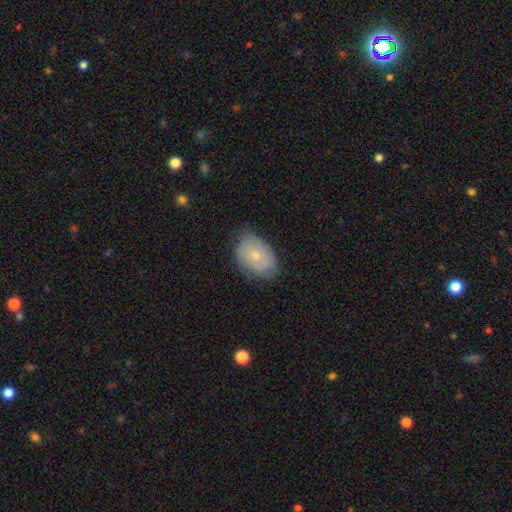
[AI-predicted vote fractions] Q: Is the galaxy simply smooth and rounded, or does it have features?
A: smooth — 59%.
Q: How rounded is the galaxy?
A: in between — 81%.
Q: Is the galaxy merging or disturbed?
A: none — 67%.